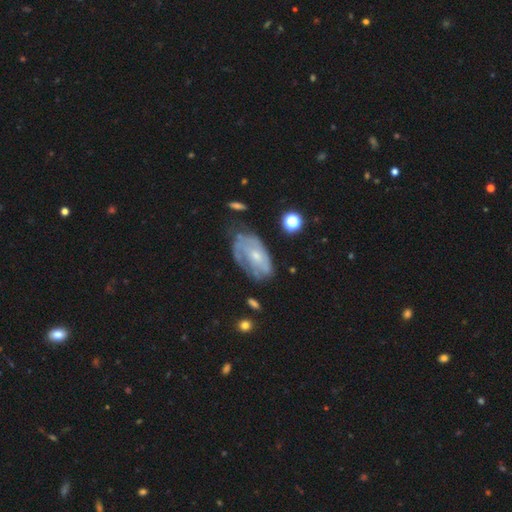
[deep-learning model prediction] Smooth or featured? featured or disk (69%)
Edge-on disk? no (94%)
Bar? no (73%)
Spiral arms? yes (73%)
Bulge size? small (62%)
Merging? none (53%)